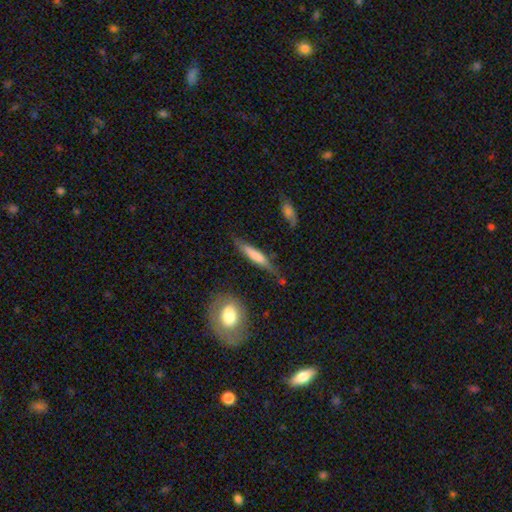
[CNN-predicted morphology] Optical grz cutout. It shows a smooth galaxy with no disk features (62%) that is cigar-shaped (88%). Merging: none (69%).